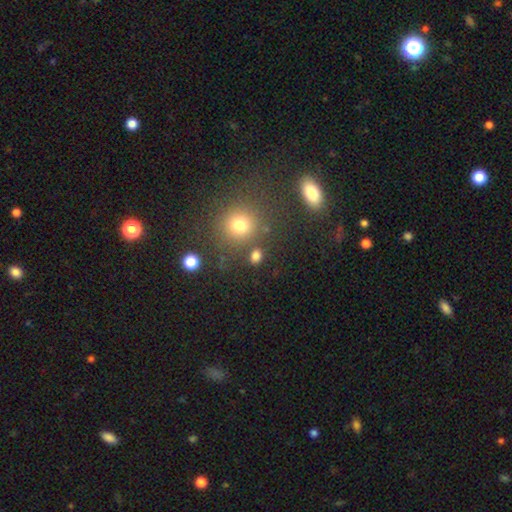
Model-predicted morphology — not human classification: Smooth or featured? Predicted: smooth (p=0.77). How rounded? Predicted: round (p=0.55). Merging? Predicted: none (p=0.79).